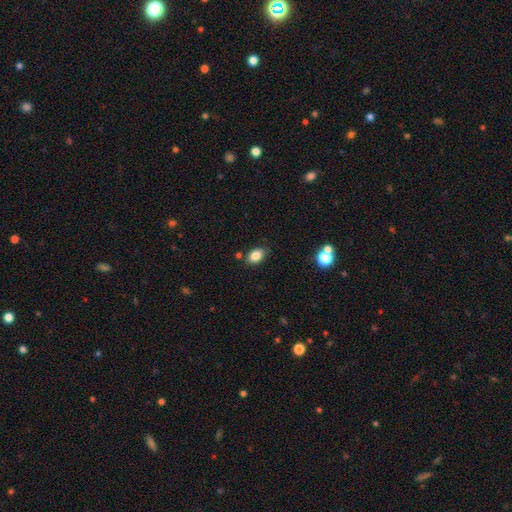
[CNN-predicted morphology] A smooth galaxy with no disk features (83%) that is in between round and cigar-shaped (82%). Merging: none (79%).